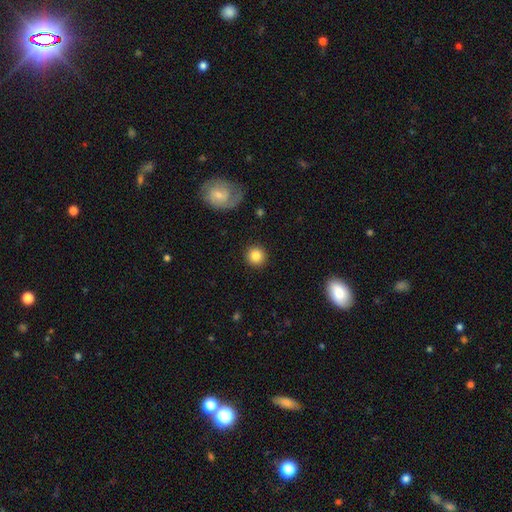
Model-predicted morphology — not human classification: Overall: smooth (85%). How rounded: round (94%). Merging: none (91%).